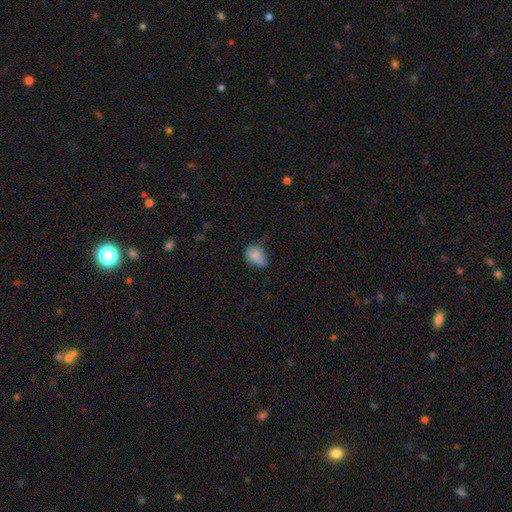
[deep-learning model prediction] Morphology: type=smooth (80%); roundness=in between (73%); merging=none (43%).